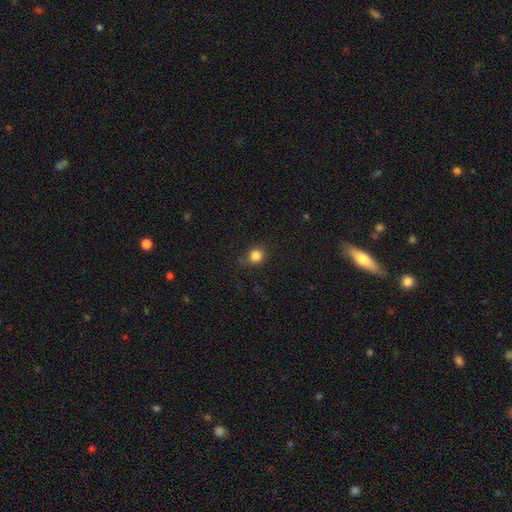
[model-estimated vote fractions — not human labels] smooth_or_featured: smooth (p=0.84) [alt: star or artifact p=0.12]
how_rounded: round (p=0.87) [alt: in between p=0.12]
merging: none (p=0.80) [alt: minor disturbance p=0.14]